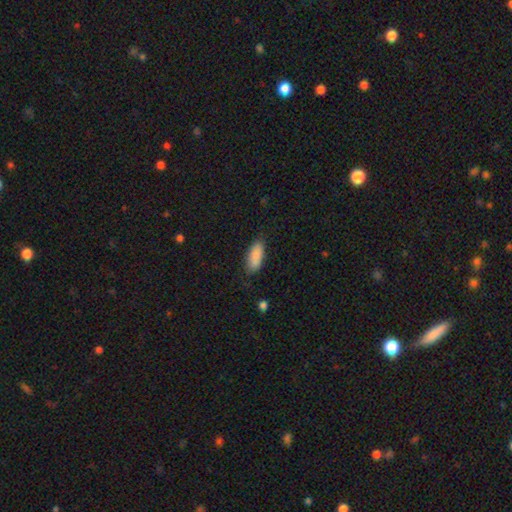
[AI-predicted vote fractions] smooth_or_featured: smooth (p=0.86) [alt: featured or disk p=0.08]
how_rounded: in between (p=0.80) [alt: cigar-shaped p=0.18]
merging: none (p=0.76) [alt: minor disturbance p=0.19]